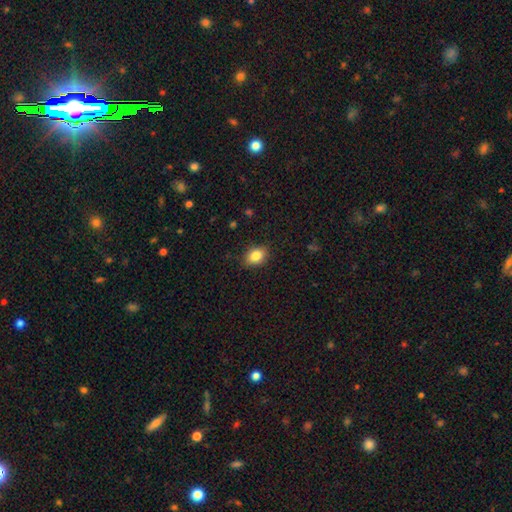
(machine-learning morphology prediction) smooth 83%, star or artifact 9%, featured or disk 8%. Down the decision tree: how rounded — in between (71%); merging — none (86%).